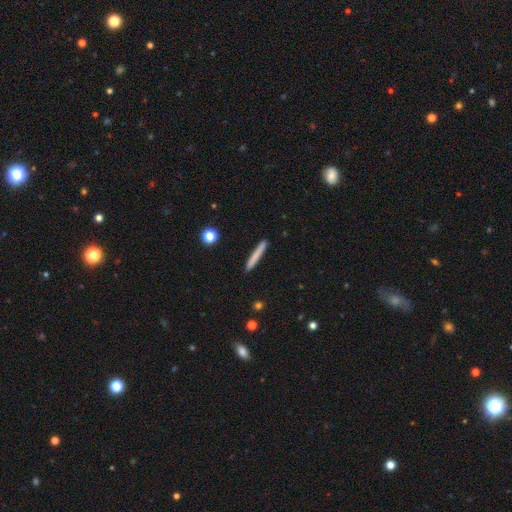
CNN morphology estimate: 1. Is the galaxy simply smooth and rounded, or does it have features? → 75% smooth, 19% featured or disk, 6% star or artifact.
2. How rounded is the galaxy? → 96% cigar-shaped, 2% in between, 1% round.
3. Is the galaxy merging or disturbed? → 90% none, 7% minor disturbance, 1% major disturbance, 1% merger.